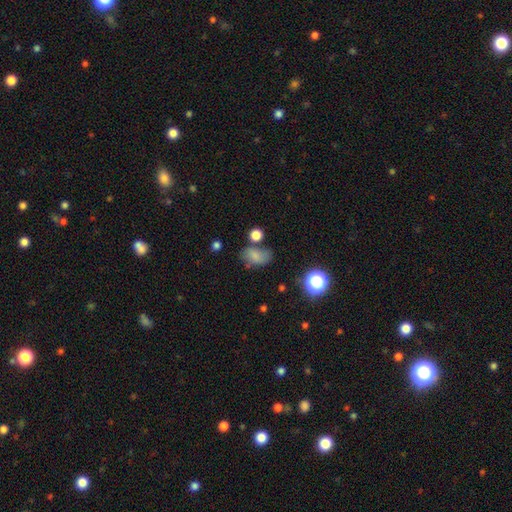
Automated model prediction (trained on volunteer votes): Smooth or featured? Predicted: smooth (p=0.72). How rounded? Predicted: in between (p=0.81). Merging? Predicted: none (p=0.51).